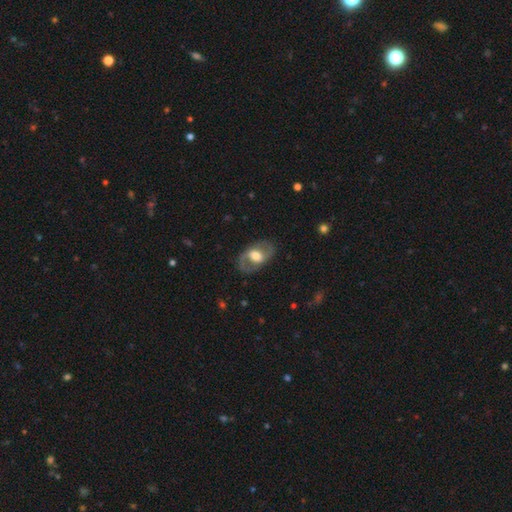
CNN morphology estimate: A featured or disk galaxy (67%) with no bar (41%), spiral arms (65%) and a large central bulge (44%).

Vote fractions:
- Smooth or featured? featured or disk: 67% / smooth: 27% / star or artifact: 6%
- Edge-on disk? no: 93% / yes: 7%
- Bar? no: 41% / weak: 40% / strong: 19%
- Spiral arms? yes: 65% / no: 35%
- Bulge size? large: 44% / moderate: 42% / small: 7% / dominant: 4% / none: 2%
- Merging? none: 79% / minor disturbance: 13% / major disturbance: 7% / merger: 1%